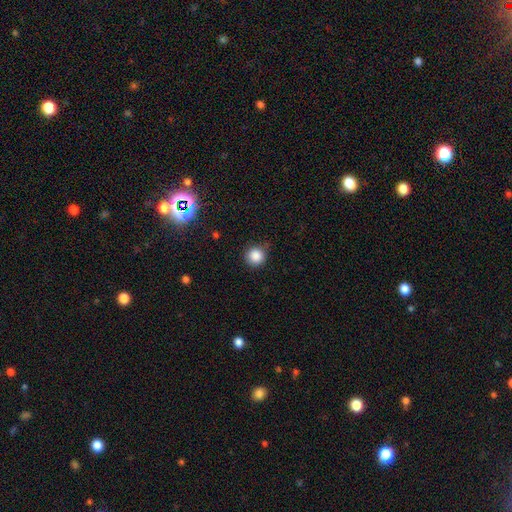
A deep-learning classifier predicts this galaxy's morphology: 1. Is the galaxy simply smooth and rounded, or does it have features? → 85% smooth, 12% star or artifact, 3% featured or disk.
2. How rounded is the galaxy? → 93% round, 6% in between, 1% cigar-shaped.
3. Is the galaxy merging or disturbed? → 83% none, 13% minor disturbance, 3% major disturbance, 1% merger.